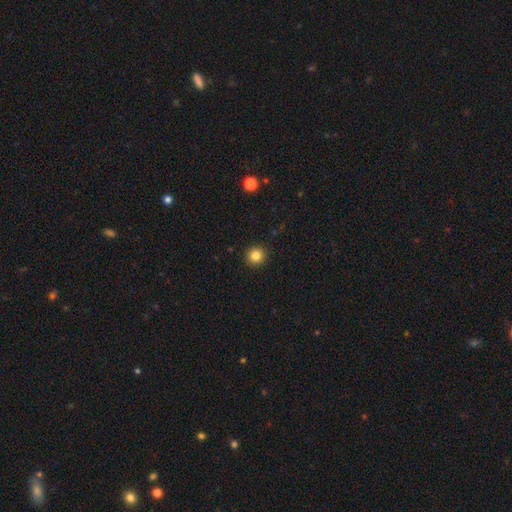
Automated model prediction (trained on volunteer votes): smooth_or_featured: smooth (p=0.84) [alt: star or artifact p=0.11]
how_rounded: round (p=0.93) [alt: in between p=0.06]
merging: none (p=0.92) [alt: minor disturbance p=0.05]